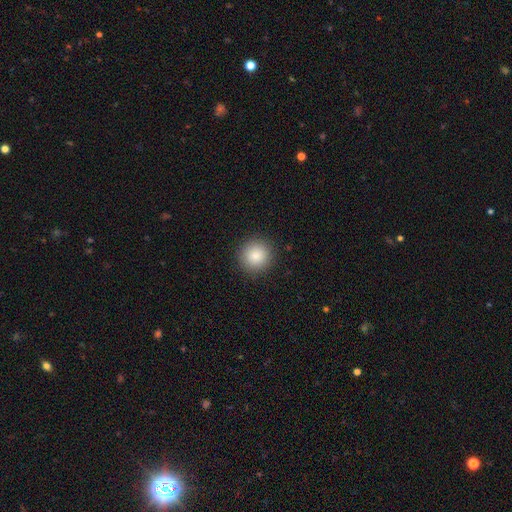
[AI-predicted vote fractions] Morphology: type=smooth (86%); roundness=round (94%); merging=none (91%).